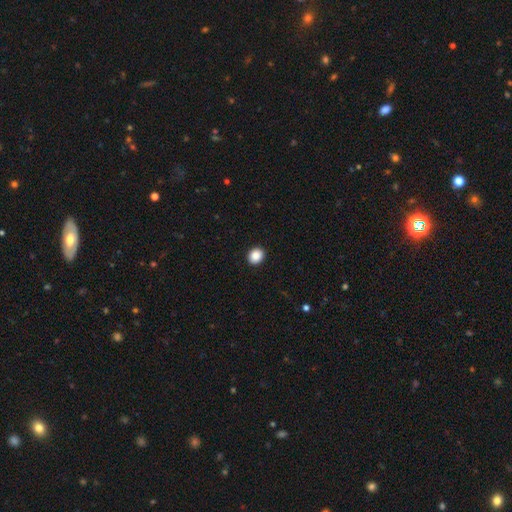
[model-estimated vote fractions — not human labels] smooth 89%, star or artifact 8%, featured or disk 3%. Down the decision tree: how rounded — round (65%); merging — none (93%).